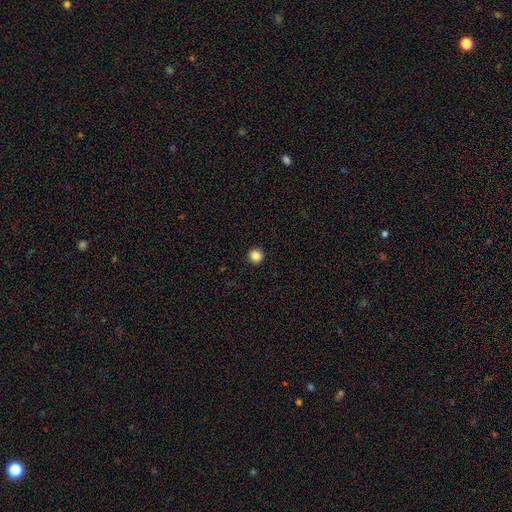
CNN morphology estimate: This is clearly a smooth galaxy (85%). How rounded: clearly round (95%). Merging: clearly none (94%).